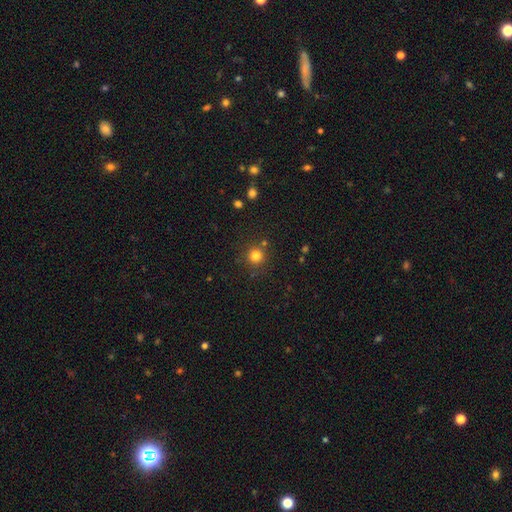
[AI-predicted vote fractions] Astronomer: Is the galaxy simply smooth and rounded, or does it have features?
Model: smooth — 80%.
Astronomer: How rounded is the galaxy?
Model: round — 94%.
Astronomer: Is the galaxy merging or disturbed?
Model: none — 83%.